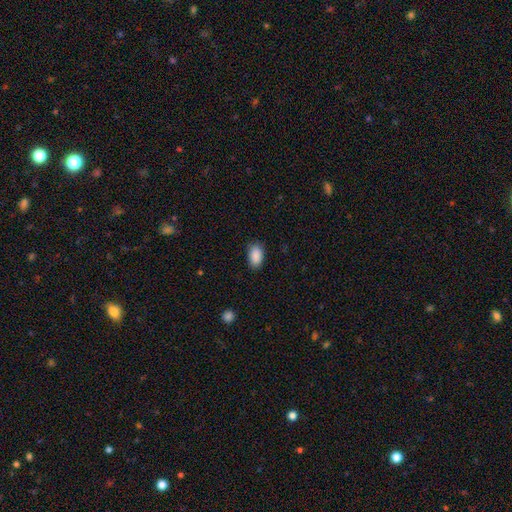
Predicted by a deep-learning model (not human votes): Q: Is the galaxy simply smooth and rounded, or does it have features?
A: smooth — 90%.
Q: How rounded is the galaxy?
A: in between — 92%.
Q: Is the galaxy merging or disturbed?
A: none — 84%.